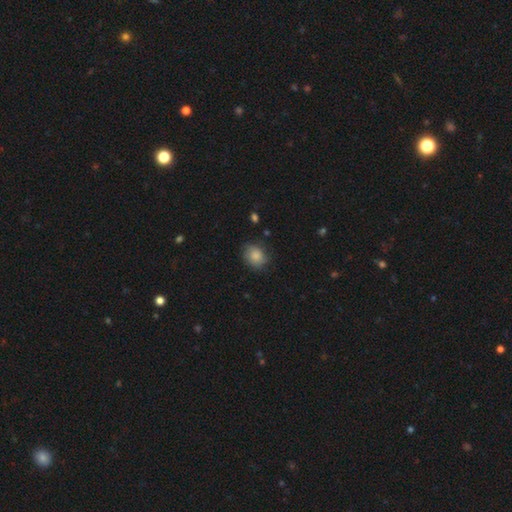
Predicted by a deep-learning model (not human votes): Smooth or featured? smooth (83%)
How rounded? round (59%)
Merging? none (74%)